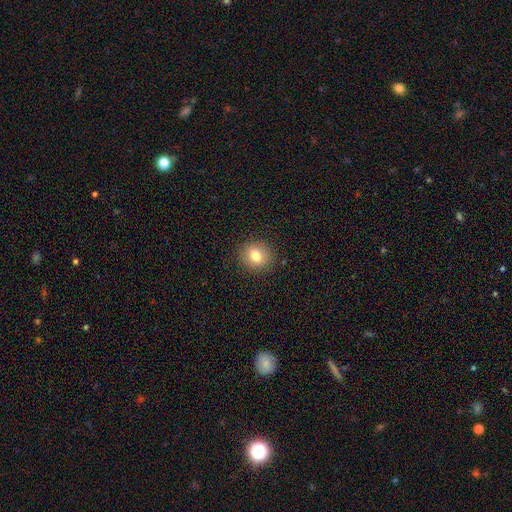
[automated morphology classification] smooth-or-featured: smooth: 77% | featured or disk: 12% | star or artifact: 11%
  how-rounded: round: 77% | in between: 22% | cigar-shaped: 1%
  merging: none: 88% | minor disturbance: 8% | major disturbance: 3% | merger: 1%